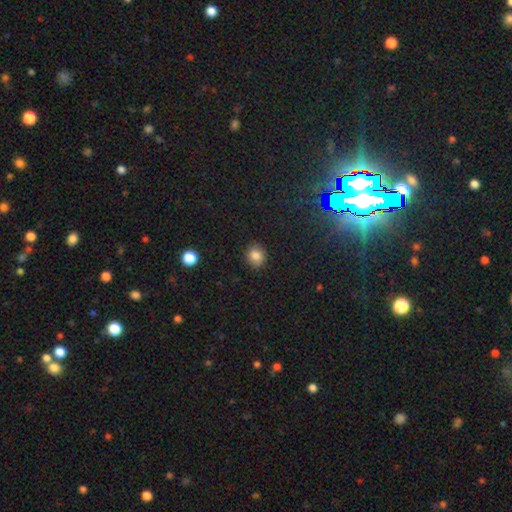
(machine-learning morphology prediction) smooth 83%, star or artifact 11%, featured or disk 6%. Down the decision tree: how rounded — round (74%); merging — none (88%).